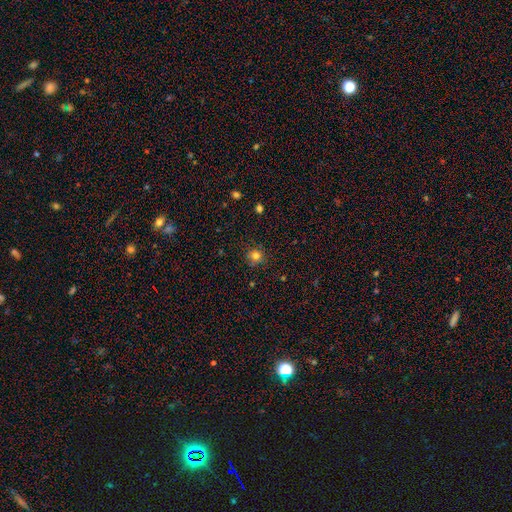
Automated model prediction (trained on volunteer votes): The model was most divided on "smooth or featured": smooth: 78%, star or artifact: 15%, featured or disk: 6%. More confident: how rounded — round (92%); merging — none (86%).